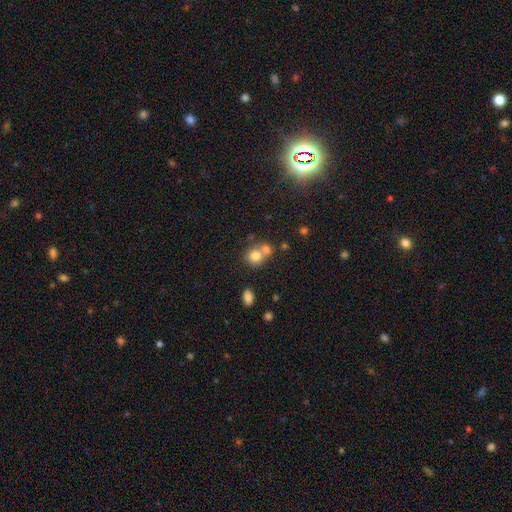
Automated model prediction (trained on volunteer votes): Overall: smooth (76%). How rounded: round (79%). Merging: merger (46%; none 42%).